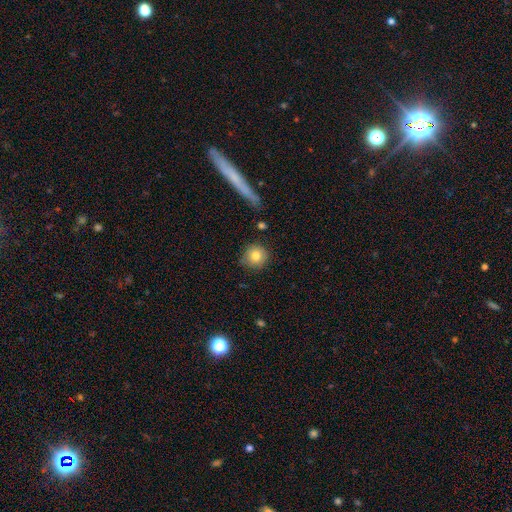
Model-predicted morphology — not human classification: type=smooth (81%); roundness=round (93%); merging=none (85%).